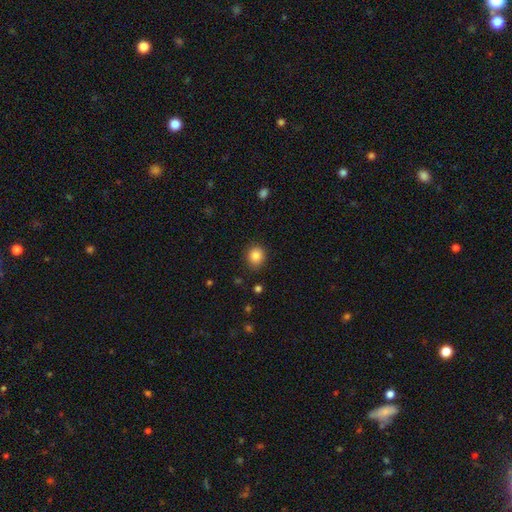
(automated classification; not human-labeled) Overall: smooth (85%). How rounded: round (80%). Merging: none (88%).